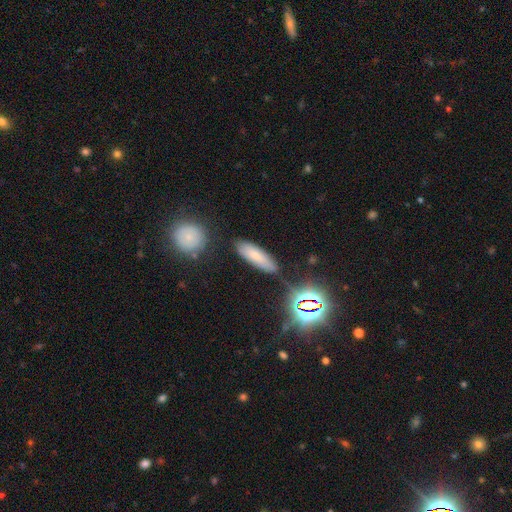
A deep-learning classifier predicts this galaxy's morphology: Smooth or featured? Predicted: smooth (p=0.70). How rounded? Predicted: in between (p=0.50). Merging? Predicted: none (p=0.74).